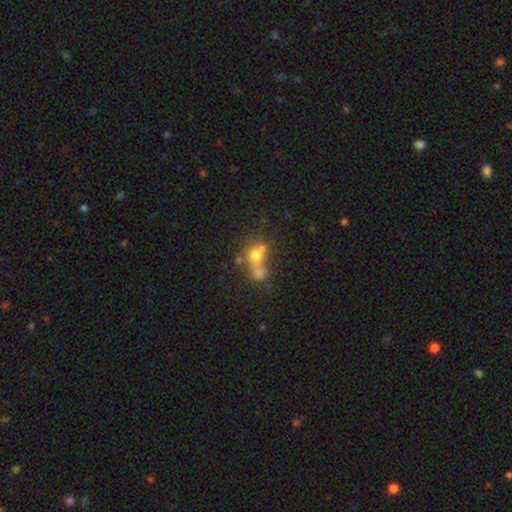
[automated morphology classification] type=smooth (59%); roundness=round (71%); merging=merger (57%).